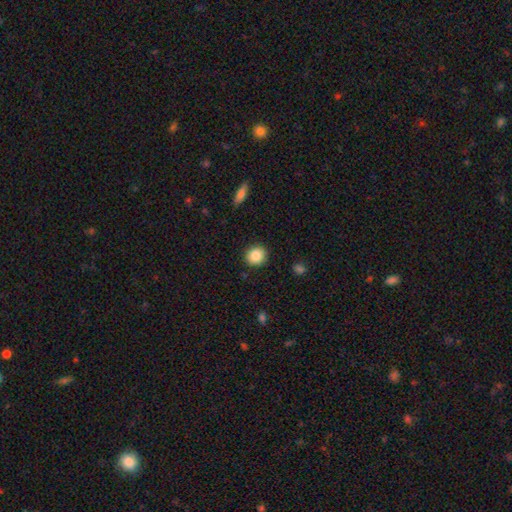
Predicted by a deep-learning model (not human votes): Smooth or featured? Predicted: smooth (p=0.87). How rounded? Predicted: round (p=0.83). Merging? Predicted: none (p=0.90).